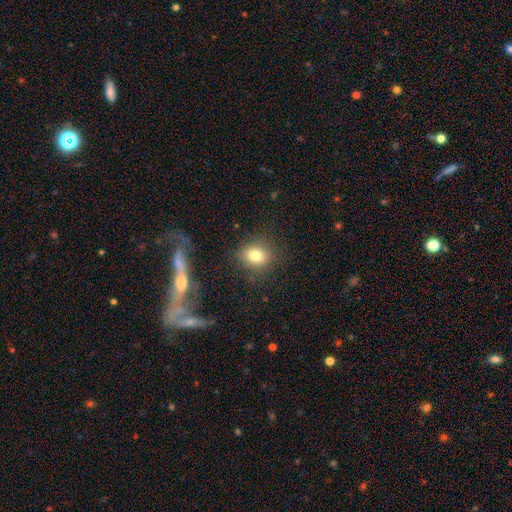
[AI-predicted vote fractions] A smooth galaxy with no disk features (79%) that is round (52%). Merging: none (82%).